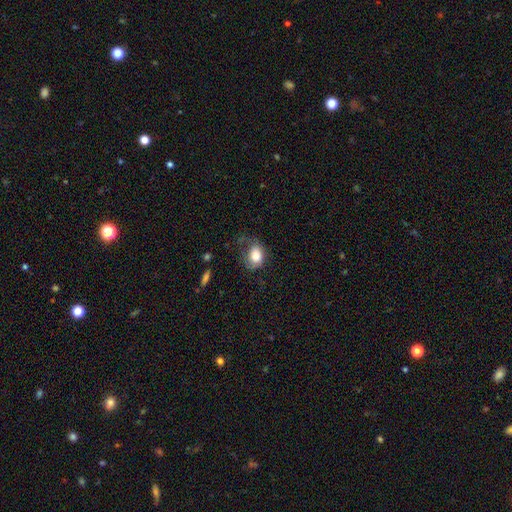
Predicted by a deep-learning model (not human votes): smooth_or_featured: smooth (p=0.79) [alt: featured or disk p=0.13]
how_rounded: in between (p=0.66) [alt: round p=0.33]
merging: none (p=0.40) [alt: minor disturbance p=0.31]